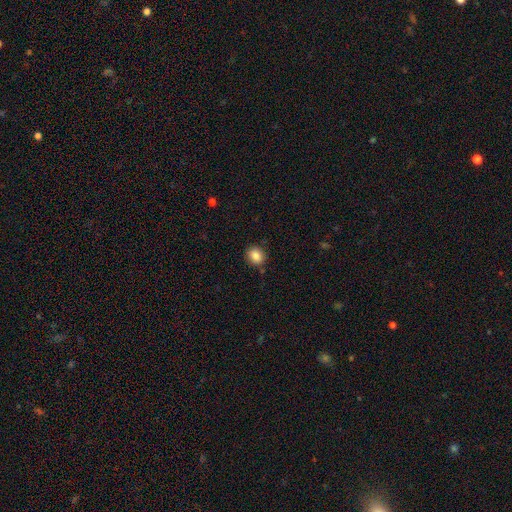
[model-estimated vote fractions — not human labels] Smooth or featured? Predicted: smooth (p=0.86). How rounded? Predicted: round (p=0.69). Merging? Predicted: none (p=0.86).